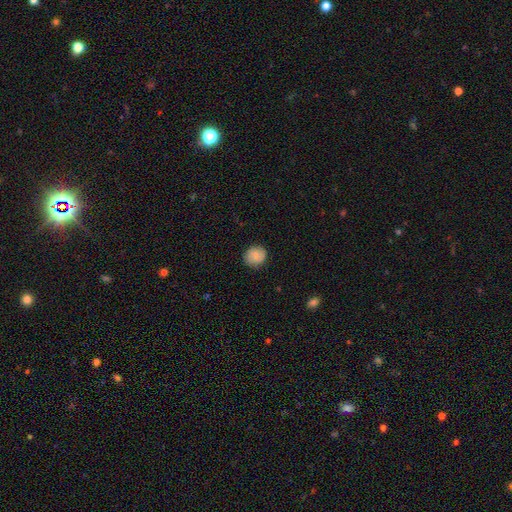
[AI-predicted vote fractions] Smooth or featured? Predicted: smooth (p=0.70). How rounded? Predicted: round (p=0.78). Merging? Predicted: none (p=0.82).